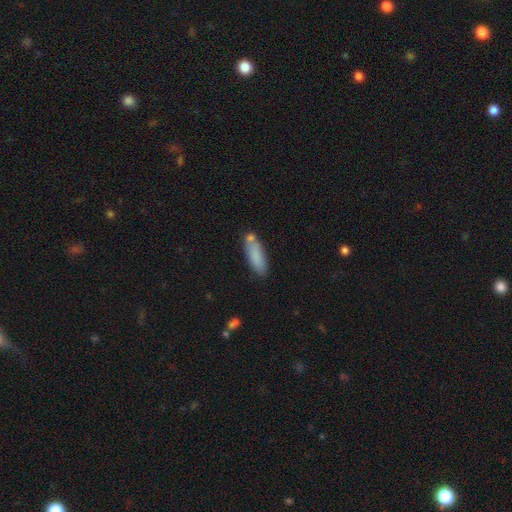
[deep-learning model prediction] smooth_or_featured: smooth (p=0.84) [alt: featured or disk p=0.09]
how_rounded: in between (p=0.53) [alt: cigar-shaped p=0.45]
merging: none (p=0.71) [alt: minor disturbance p=0.16]